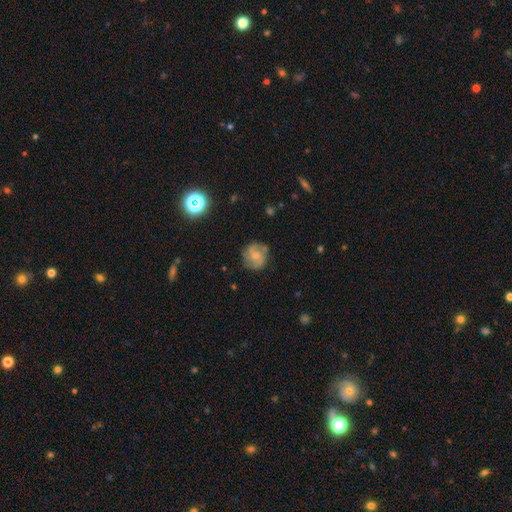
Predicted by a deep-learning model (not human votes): This is likely a featured or disk galaxy (60%). It is clearly not viewed edge-on (98%). Bar: likely no (65%). Spiral arm pattern: clearly yes (87%). Spiral arm count: possibly 2 (55%). Spiral winding: possibly medium (45%). Central bulge: possibly small (50%). Merging: likely none (73%).